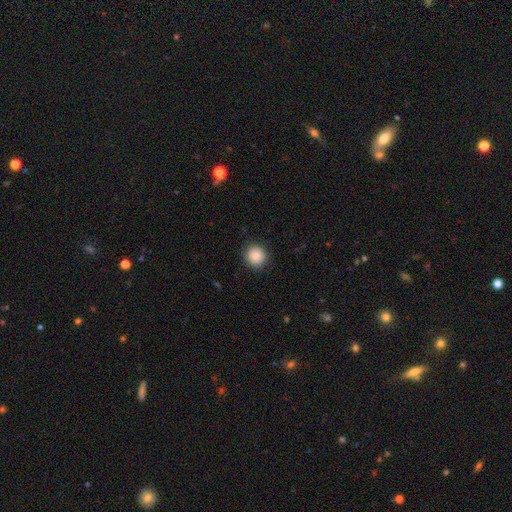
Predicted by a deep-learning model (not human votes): Morphology: type=smooth (86%); roundness=round (92%); merging=none (90%).